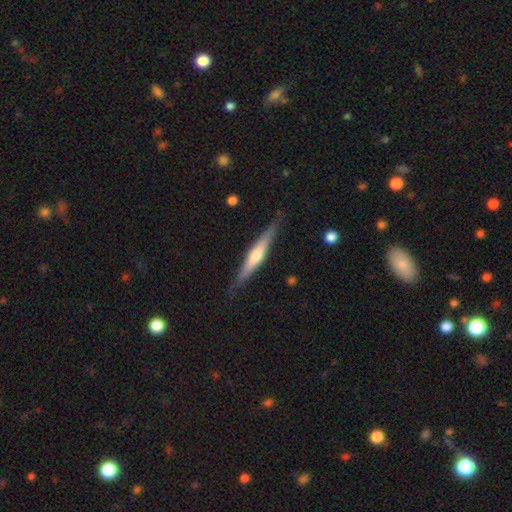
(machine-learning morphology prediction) A featured or disk galaxy (58%) viewed edge-on (96%) with a rounded central bulge (78%). Merging: none (87%).